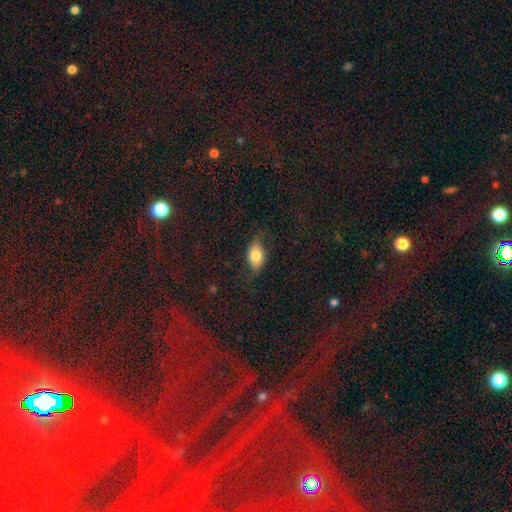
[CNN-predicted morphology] smooth_or_featured: smooth (p=0.68) [alt: featured or disk p=0.24]
how_rounded: in between (p=0.88) [alt: round p=0.10]
merging: none (p=0.66) [alt: minor disturbance p=0.21]